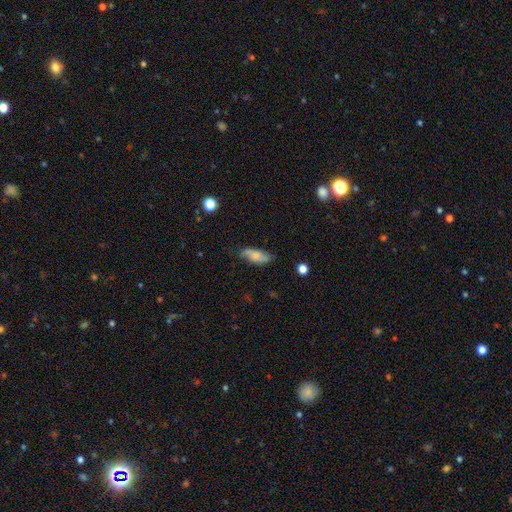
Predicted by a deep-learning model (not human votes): smooth 67%, featured or disk 25%, star or artifact 7%. Down the decision tree: how rounded — in between (77%); merging — none (71%).